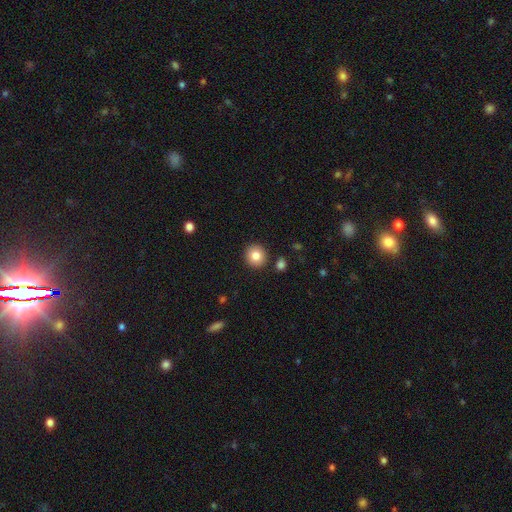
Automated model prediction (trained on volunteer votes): This is clearly a smooth galaxy (83%). How rounded: clearly round (91%). Merging: clearly none (90%).